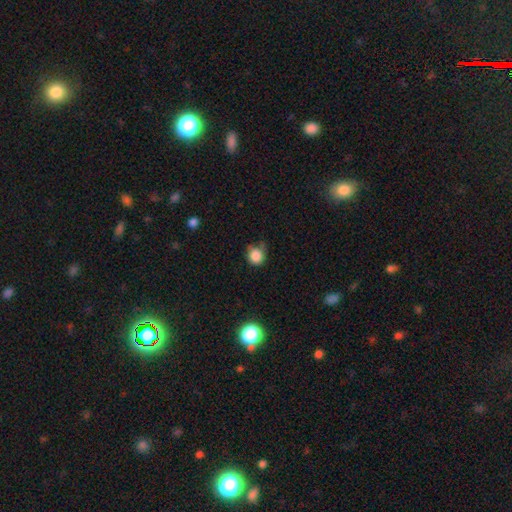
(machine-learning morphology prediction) A smooth galaxy with no disk features (85%) that is round (86%). Merging: none (55%).